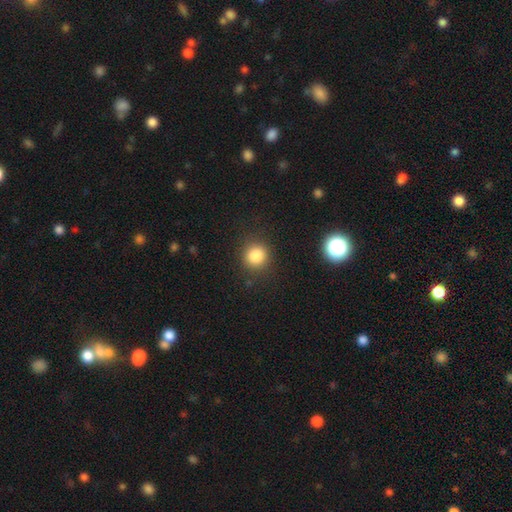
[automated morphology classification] smooth 83%, star or artifact 12%, featured or disk 5%. Down the decision tree: how rounded — round (89%); merging — none (88%).